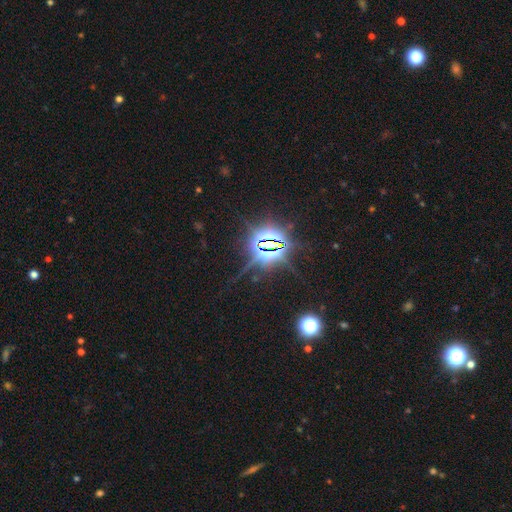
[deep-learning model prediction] star or artifact 84%, smooth 10%, featured or disk 6%.